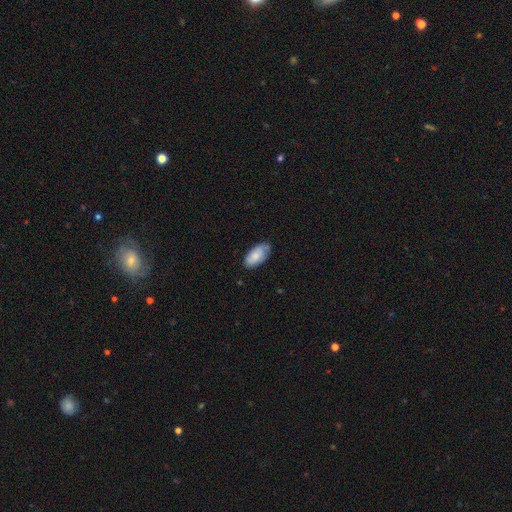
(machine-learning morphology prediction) A smooth galaxy with no disk features (75%) that is in between round and cigar-shaped (94%).

Vote fractions:
- Smooth or featured? smooth: 75% / featured or disk: 19% / star or artifact: 6%
- How rounded? in between: 94% / cigar-shaped: 4% / round: 2%
- Merging? none: 69% / minor disturbance: 26% / major disturbance: 4% / merger: 1%